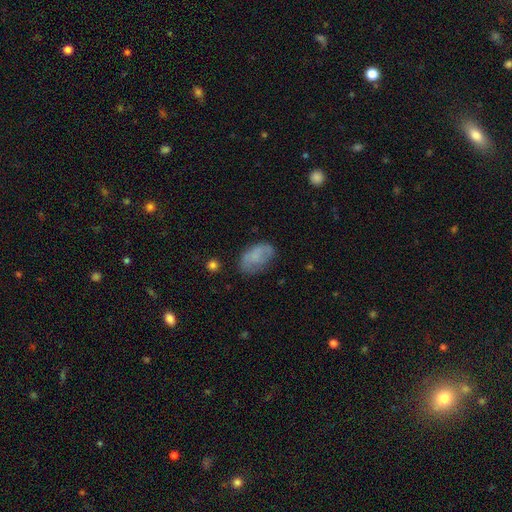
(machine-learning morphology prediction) Smooth or featured: smooth — 69% (featured or disk — 22%)
How rounded: in between — 91% (round — 7%)
Merging: none — 59% (minor disturbance — 27%)